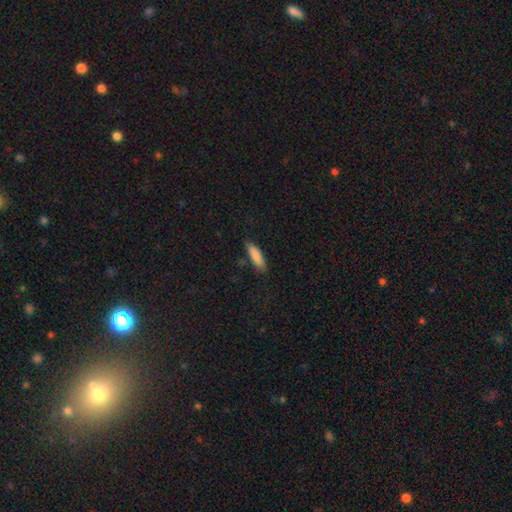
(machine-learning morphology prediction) A smooth galaxy with no disk features (86%) that is cigar-shaped (58%).

Vote fractions:
- Smooth or featured? smooth: 86% / featured or disk: 8% / star or artifact: 6%
- How rounded? cigar-shaped: 58% / in between: 41% / round: 2%
- Merging? none: 81% / minor disturbance: 15% / major disturbance: 3% / merger: 2%